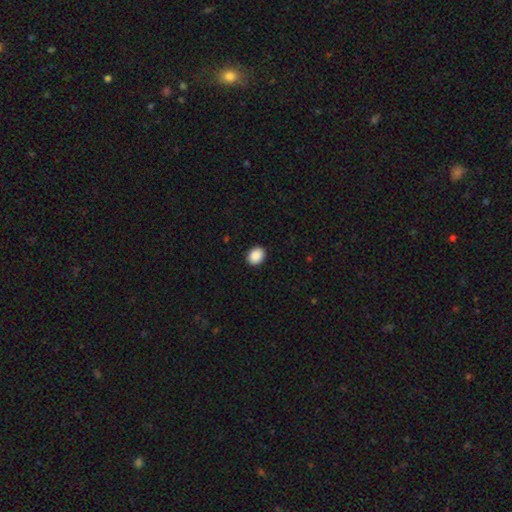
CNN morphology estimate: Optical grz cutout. It shows a smooth galaxy with no disk features (90%) that is in between round and cigar-shaped (51%). Merging: none (91%).